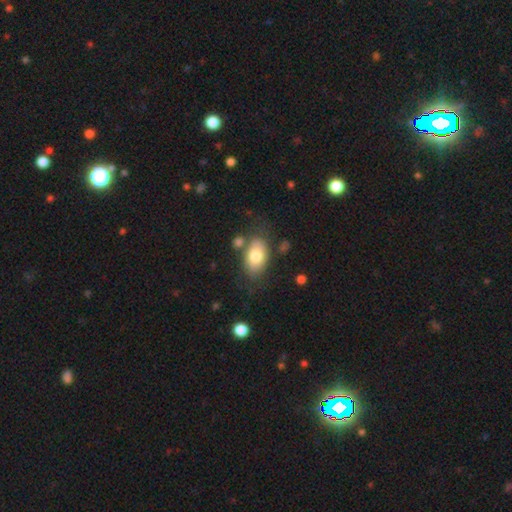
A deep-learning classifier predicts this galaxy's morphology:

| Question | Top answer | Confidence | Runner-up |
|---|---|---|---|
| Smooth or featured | smooth | 77% | featured or disk (16%) |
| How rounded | in between | 90% | round (9%) |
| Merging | none | 69% | minor disturbance (16%) |